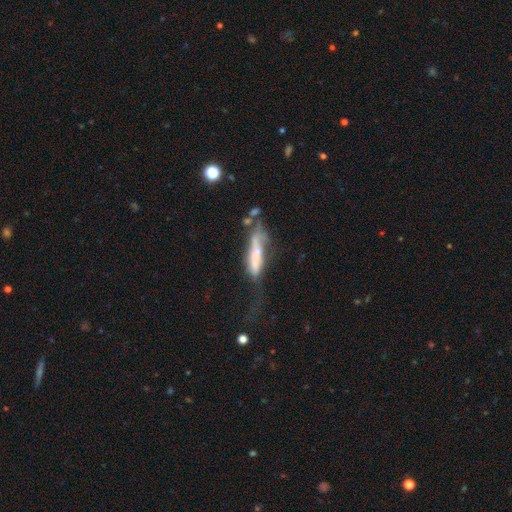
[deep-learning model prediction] Smooth or featured? smooth (51%)
How rounded? cigar-shaped (73%)
Merging? major disturbance (40%)